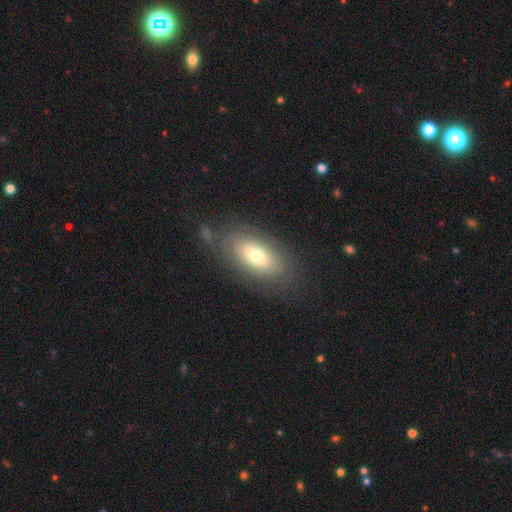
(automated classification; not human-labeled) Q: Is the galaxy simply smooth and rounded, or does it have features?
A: smooth — 56%.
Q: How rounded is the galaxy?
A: in between — 90%.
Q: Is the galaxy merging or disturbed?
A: none — 73%.